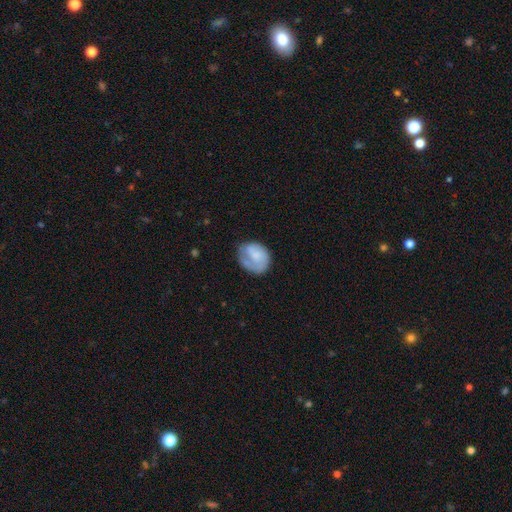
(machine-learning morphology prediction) A smooth galaxy with no disk features (53%) that is round (53%).

Vote fractions:
- Smooth or featured? smooth: 53% / featured or disk: 40% / star or artifact: 6%
- How rounded? round: 53% / in between: 46% / cigar-shaped: 1%
- Merging? none: 56% / minor disturbance: 25% / major disturbance: 17% / merger: 2%